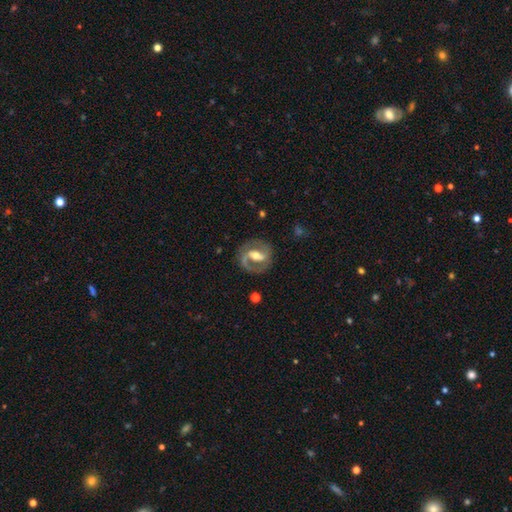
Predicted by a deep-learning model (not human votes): smooth_or_featured: featured or disk (p=0.84) [alt: smooth p=0.12]
disk_edge_on: no (p=0.96) [alt: yes p=0.04]
bar: strong (p=0.44) [alt: weak p=0.38]
has_spiral_arms: yes (p=0.89) [alt: no p=0.11]
spiral_winding: medium (p=0.53) [alt: tight p=0.31]
spiral_arm_count: 2 (p=0.85) [alt: 1 p=0.07]
bulge_size: moderate (p=0.67) [alt: small p=0.22]
merging: none (p=0.80) [alt: minor disturbance p=0.12]